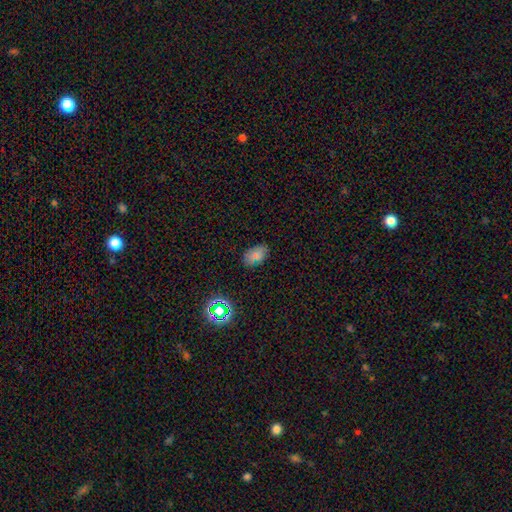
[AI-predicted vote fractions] Smooth or featured? smooth (74%)
How rounded? in between (88%)
Merging? none (81%)